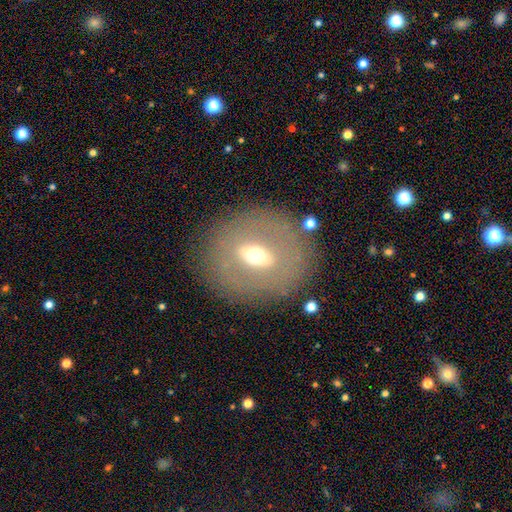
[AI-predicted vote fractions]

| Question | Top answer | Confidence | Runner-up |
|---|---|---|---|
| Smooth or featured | featured or disk | 55% | smooth (35%) |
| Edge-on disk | no | 81% | yes (19%) |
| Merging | none | 82% | minor disturbance (10%) |